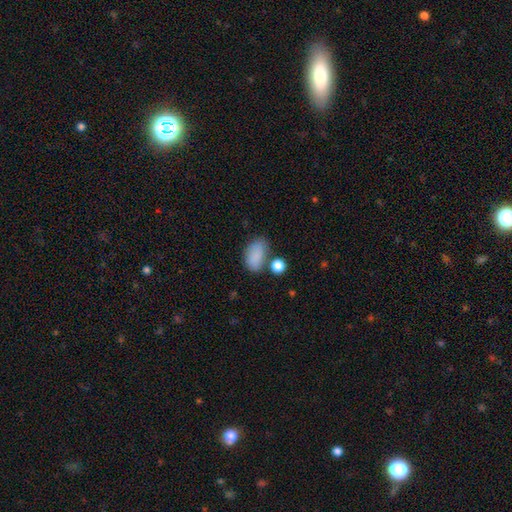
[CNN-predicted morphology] A smooth galaxy with no disk features (85%) that is in between round and cigar-shaped (90%). Merging: none (60%).